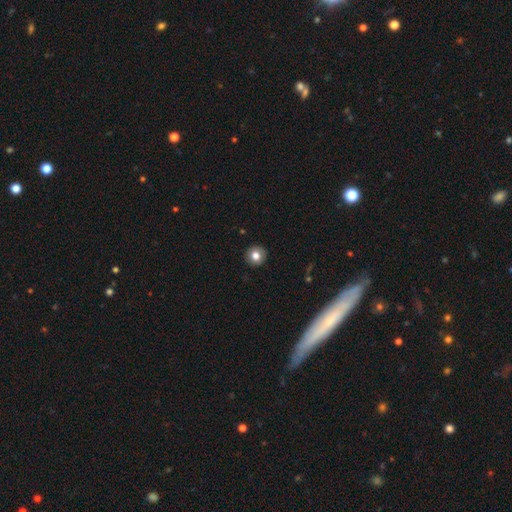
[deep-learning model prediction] Smooth or featured? smooth (79%)
How rounded? round (93%)
Merging? none (91%)